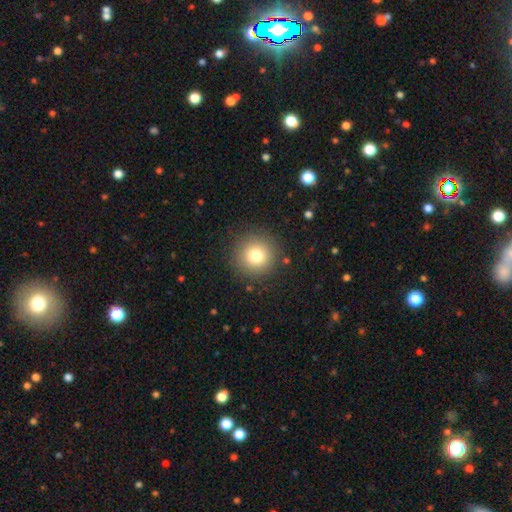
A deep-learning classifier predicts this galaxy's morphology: Q: Smooth or featured?
A: smooth (78%); runner-up: star or artifact (12%)
Q: How rounded?
A: round (95%); runner-up: in between (4%)
Q: Merging?
A: none (90%); runner-up: minor disturbance (6%)